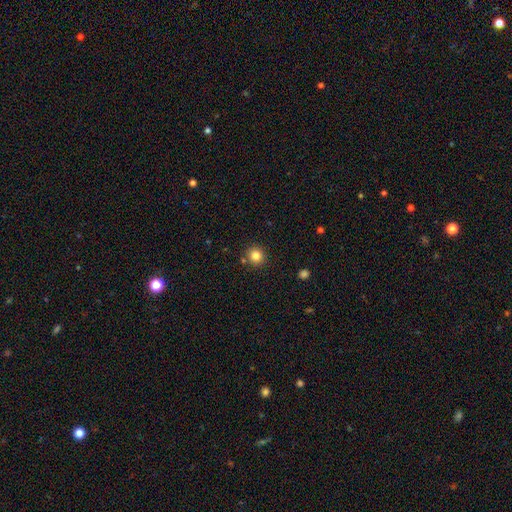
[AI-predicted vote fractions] Smooth or featured? smooth (82%)
How rounded? round (94%)
Merging? none (87%)